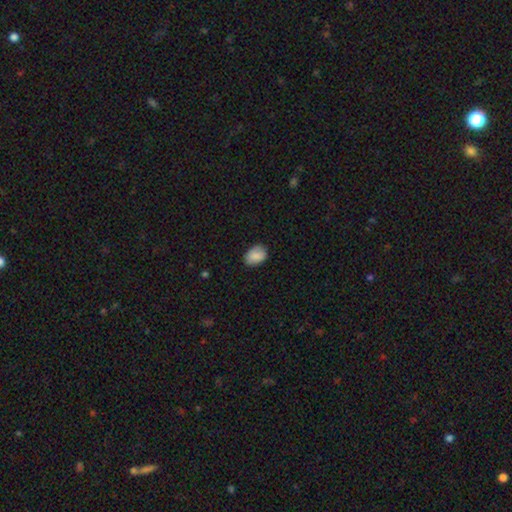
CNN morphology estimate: Overall: smooth (86%). How rounded: in between (79%). Merging: none (81%).